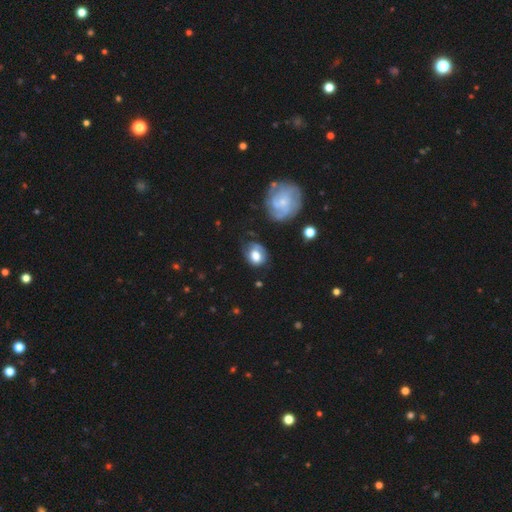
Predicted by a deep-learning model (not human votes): Q: Smooth or featured?
A: smooth (61%); runner-up: featured or disk (30%)
Q: How rounded?
A: round (54%); runner-up: in between (45%)
Q: Merging?
A: none (54%); runner-up: minor disturbance (27%)